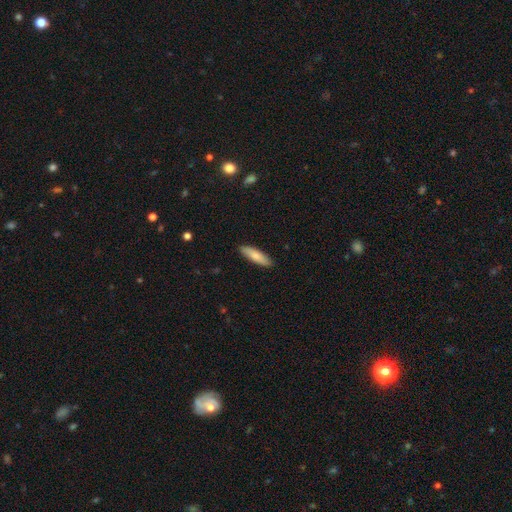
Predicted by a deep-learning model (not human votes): smooth_or_featured: smooth (p=0.81) [alt: featured or disk p=0.13]
how_rounded: cigar-shaped (p=0.63) [alt: in between p=0.35]
merging: none (p=0.89) [alt: minor disturbance p=0.08]